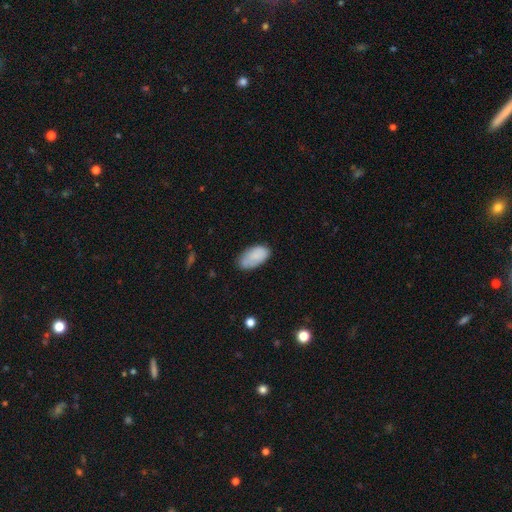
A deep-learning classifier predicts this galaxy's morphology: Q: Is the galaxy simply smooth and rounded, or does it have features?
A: smooth — 82%.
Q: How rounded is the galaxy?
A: in between — 95%.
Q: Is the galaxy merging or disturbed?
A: none — 64%.